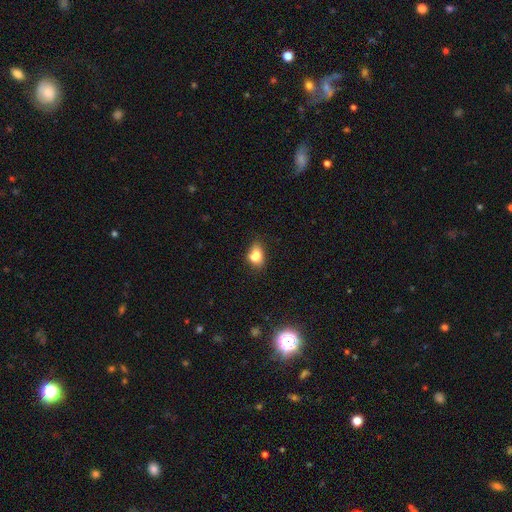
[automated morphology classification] A smooth galaxy with no disk features (72%) that is in between round and cigar-shaped (68%). Merging: none (38%).